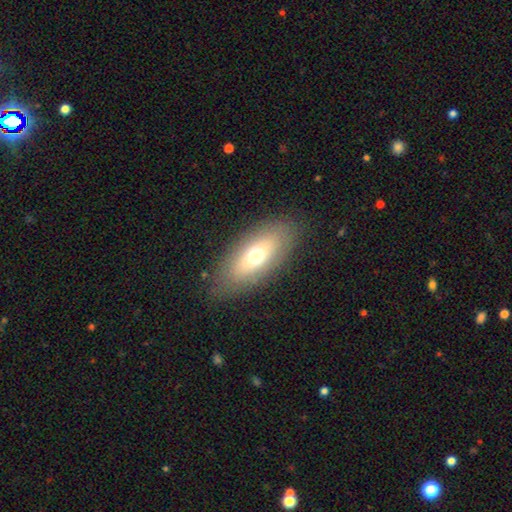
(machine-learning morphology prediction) smooth-or-featured: smooth: 64% | featured or disk: 28% | star or artifact: 9%
  how-rounded: in between: 81% | cigar-shaped: 14% | round: 5%
  merging: none: 83% | minor disturbance: 11% | major disturbance: 5% | merger: 1%